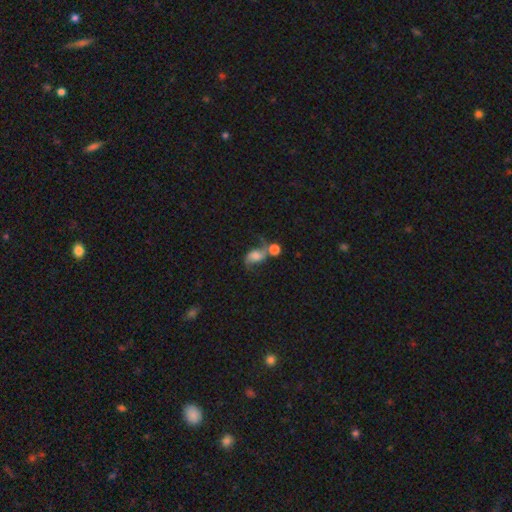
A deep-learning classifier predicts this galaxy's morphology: Smooth or featured?
  - featured or disk: 51% *
  - smooth: 37%
  - star or artifact: 12%
Edge-on disk?
  - no: 96% *
  - yes: 4%
Merging?
  - merger: 43% *
  - none: 30%
  - major disturbance: 14%
  - minor disturbance: 14%